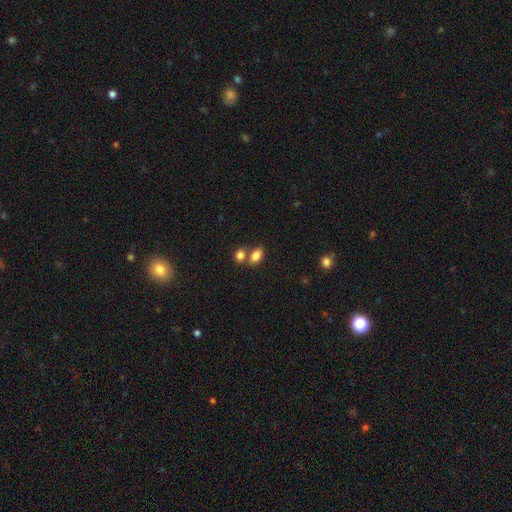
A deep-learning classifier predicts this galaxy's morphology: type=smooth (83%); roundness=in between (84%); merging=none (48%).